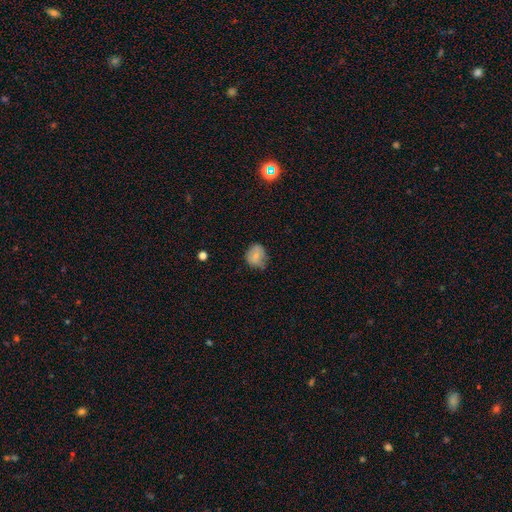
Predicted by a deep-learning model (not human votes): A smooth galaxy with no disk features (75%) that is round (70%). Merging: none (57%).